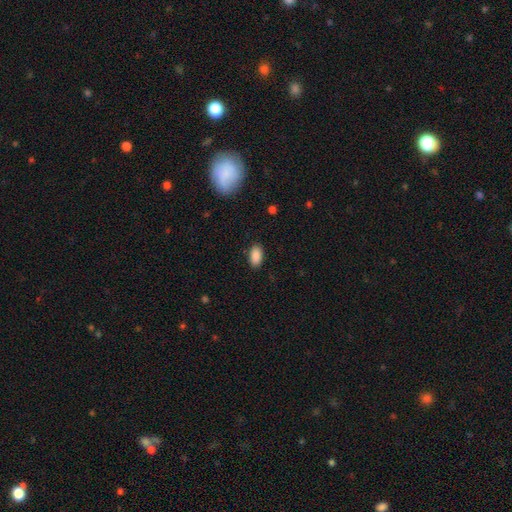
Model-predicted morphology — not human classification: This is clearly a smooth galaxy (89%). How rounded: clearly in between (93%). Merging: clearly none (87%).